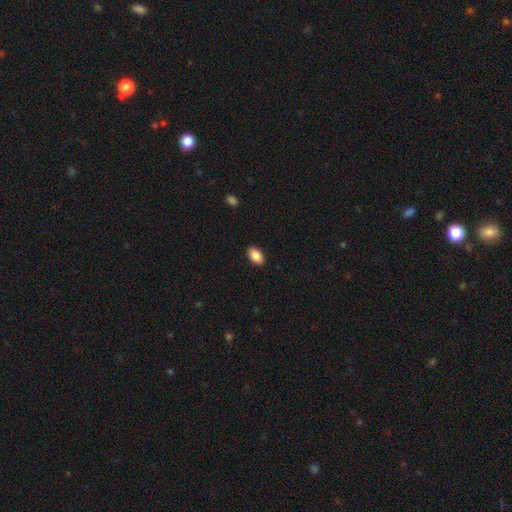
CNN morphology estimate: type=smooth (89%); roundness=in between (94%); merging=none (89%).